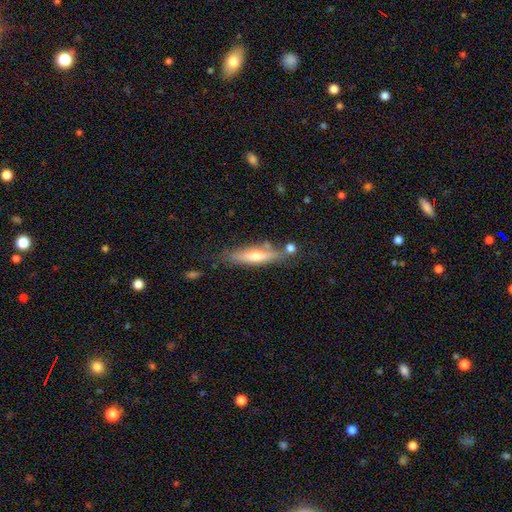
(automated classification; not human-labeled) Smooth or featured?
  - smooth: 48% *
  - featured or disk: 45%
  - star or artifact: 7%
Merging?
  - none: 72% *
  - minor disturbance: 16%
  - merger: 8%
  - major disturbance: 4%